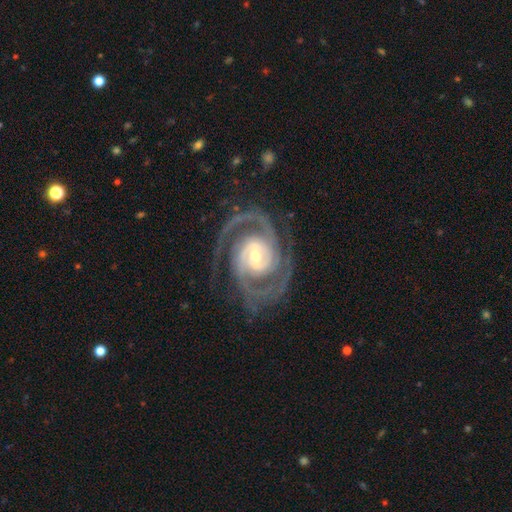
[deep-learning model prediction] Smooth or featured? featured or disk (94%)
Edge-on disk? no (98%)
Bar? weak (43%)
Spiral arms? yes (99%)
Spiral winding? tight (61%)
Spiral arm count? 2 (67%)
Bulge size? moderate (48%)
Merging? none (78%)